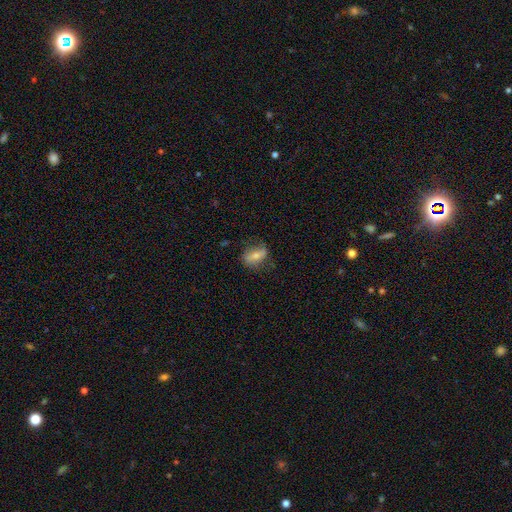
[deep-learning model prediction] Overall: smooth (53%; featured or disk 38%). How rounded: in between (76%). Merging: none (69%).